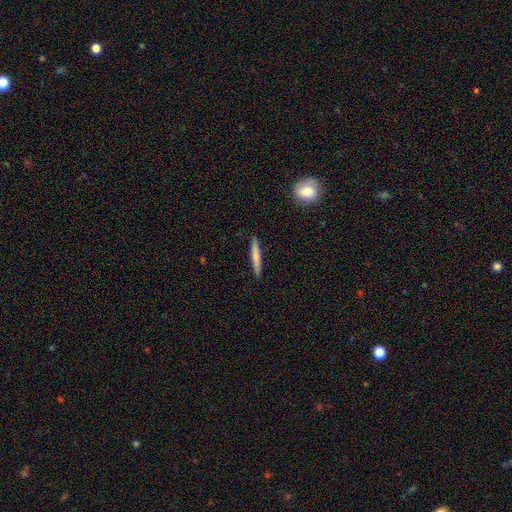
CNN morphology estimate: A smooth galaxy with no disk features (72%) that is cigar-shaped (95%).

Vote fractions:
- Smooth or featured? smooth: 72% / featured or disk: 22% / star or artifact: 6%
- How rounded? cigar-shaped: 95% / in between: 4% / round: 1%
- Merging? none: 90% / minor disturbance: 8% / major disturbance: 2% / merger: 1%